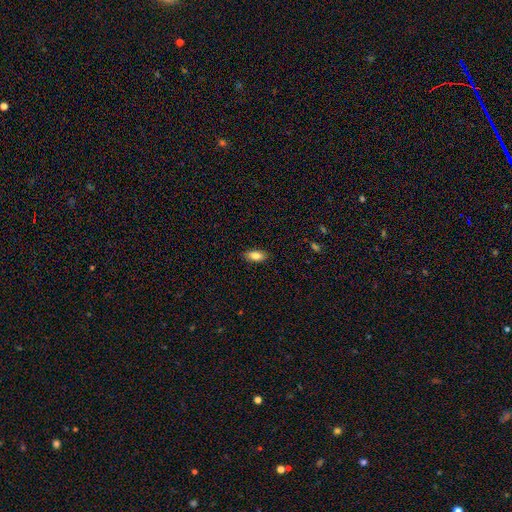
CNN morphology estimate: Smooth or featured? Predicted: smooth (p=0.83). How rounded? Predicted: in between (p=0.87). Merging? Predicted: none (p=0.89).